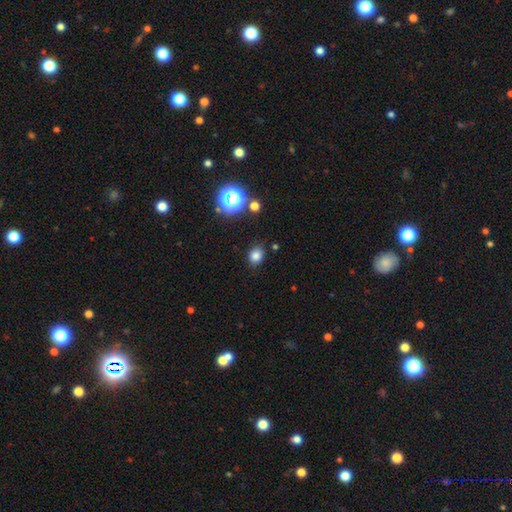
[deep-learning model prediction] smooth 80%, star or artifact 15%, featured or disk 5%. Down the decision tree: how rounded — round (56%); merging — none (84%).